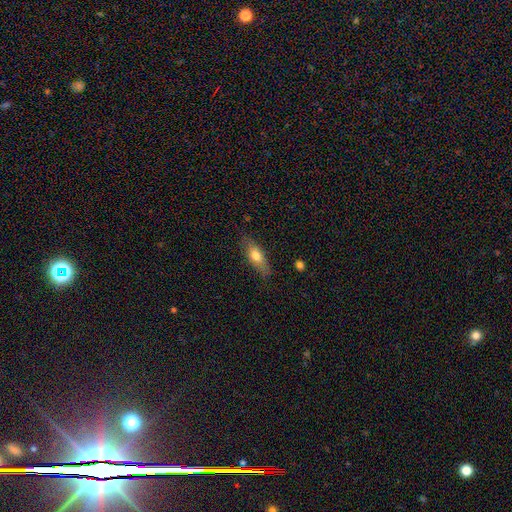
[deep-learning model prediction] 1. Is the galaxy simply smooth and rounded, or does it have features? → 65% smooth, 28% featured or disk, 7% star or artifact.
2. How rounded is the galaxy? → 64% in between, 33% cigar-shaped, 4% round.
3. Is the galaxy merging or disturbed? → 78% none, 17% minor disturbance, 4% major disturbance, 1% merger.